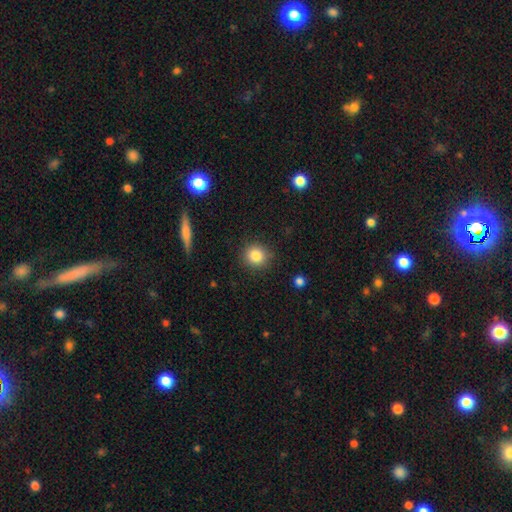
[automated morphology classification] A smooth galaxy with no disk features (84%) that is round (86%).

Vote fractions:
- Smooth or featured? smooth: 84% / star or artifact: 10% / featured or disk: 6%
- How rounded? round: 86% / in between: 12% / cigar-shaped: 1%
- Merging? none: 88% / minor disturbance: 8% / major disturbance: 2% / merger: 1%